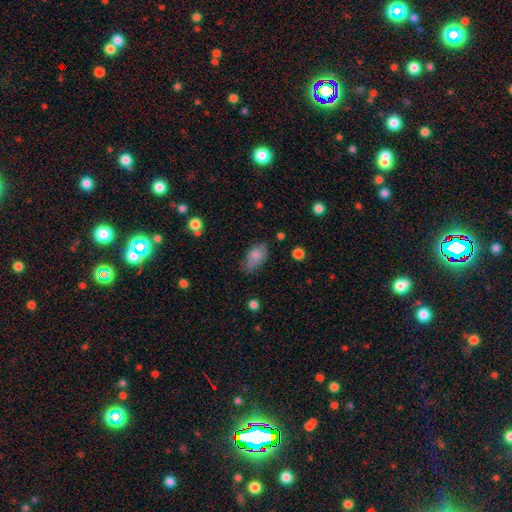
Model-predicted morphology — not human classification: The model was most divided on "merging": none: 65%, minor disturbance: 26%, major disturbance: 7%, merger: 2%. More confident: how rounded — in between (91%); smooth or featured — smooth (81%).